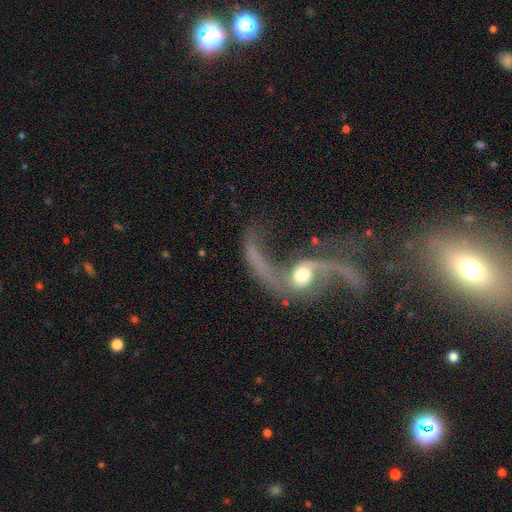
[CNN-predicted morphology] featured or disk 84%, star or artifact 8%, smooth 8%. Down the decision tree: edge-on disk — no (94%); bar — no (57%); spiral arms — yes (92%); spiral arm count — 2 (87%); spiral winding — loose (88%); bulge size — moderate (59%); merging — none (40%).